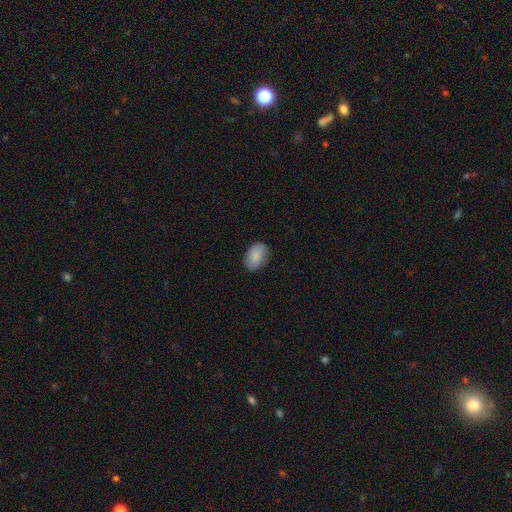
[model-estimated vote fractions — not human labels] Smooth or featured: smooth — 83% (featured or disk — 10%)
How rounded: in between — 86% (round — 13%)
Merging: none — 82% (minor disturbance — 14%)